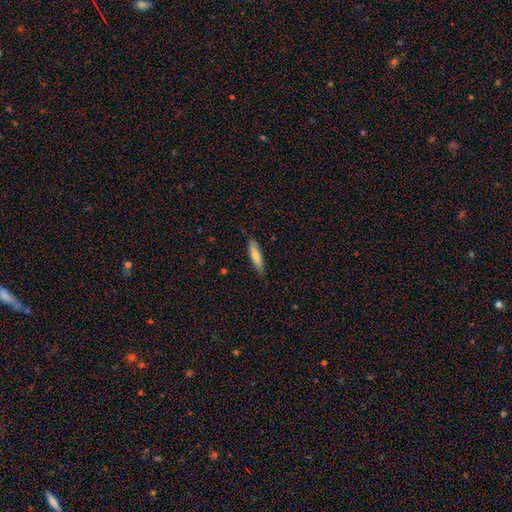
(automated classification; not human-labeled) smooth_or_featured: smooth (p=0.71) [alt: featured or disk p=0.23]
how_rounded: cigar-shaped (p=0.75) [alt: in between p=0.24]
merging: none (p=0.80) [alt: minor disturbance p=0.16]